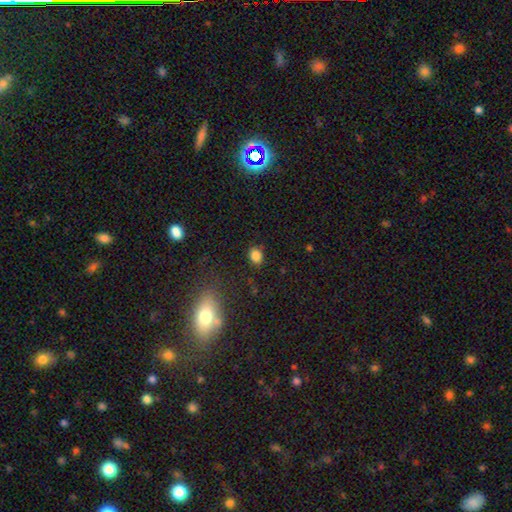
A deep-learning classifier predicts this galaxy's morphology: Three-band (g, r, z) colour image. It shows a smooth galaxy with no disk features (83%) that is round (52%). Merging: none (79%).